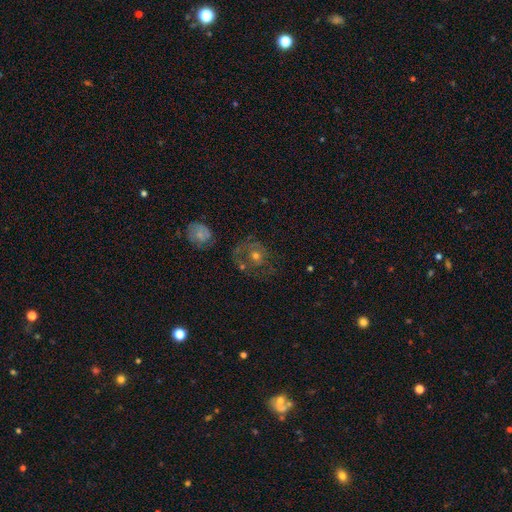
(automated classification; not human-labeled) Q: Smooth or featured?
A: featured or disk (56%); runner-up: smooth (29%)
Q: Edge-on disk?
A: no (96%); runner-up: yes (4%)
Q: Bar?
A: no (84%); runner-up: weak (12%)
Q: Spiral arms?
A: yes (51%); runner-up: no (49%)
Q: Bulge size?
A: moderate (60%); runner-up: small (31%)
Q: Merging?
A: none (62%); runner-up: minor disturbance (17%)